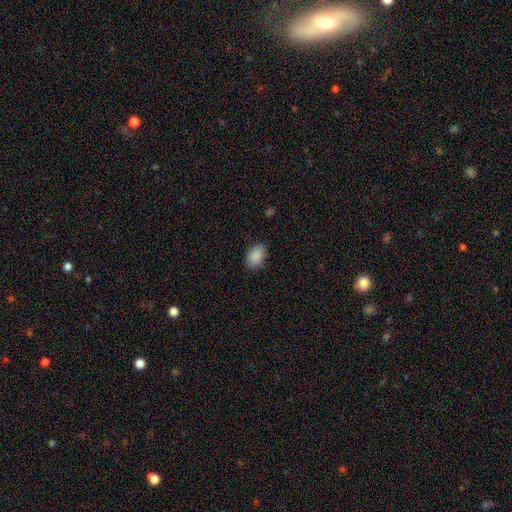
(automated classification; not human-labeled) Overall: smooth (89%). How rounded: in between (85%). Merging: none (85%).